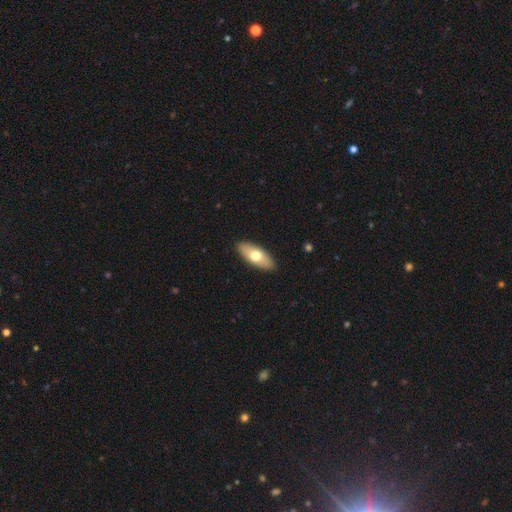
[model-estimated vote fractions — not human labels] The model was most divided on "smooth or featured": smooth: 64%, featured or disk: 30%, star or artifact: 5%. More confident: merging — none (90%); how rounded — in between (81%).